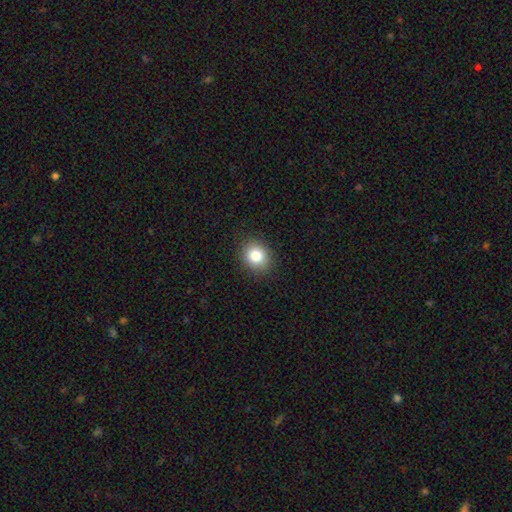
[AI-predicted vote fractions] smooth 83%, star or artifact 10%, featured or disk 7%. Down the decision tree: how rounded — round (66%); merging — none (89%).